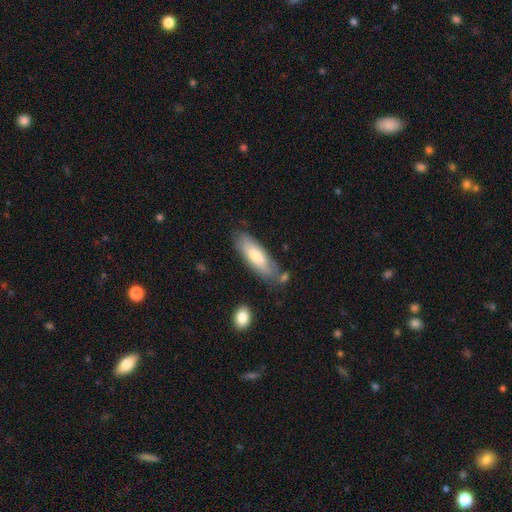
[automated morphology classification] Q: Smooth or featured?
A: smooth (64%); runner-up: featured or disk (30%)
Q: How rounded?
A: in between (57%); runner-up: cigar-shaped (42%)
Q: Merging?
A: none (70%); runner-up: minor disturbance (20%)